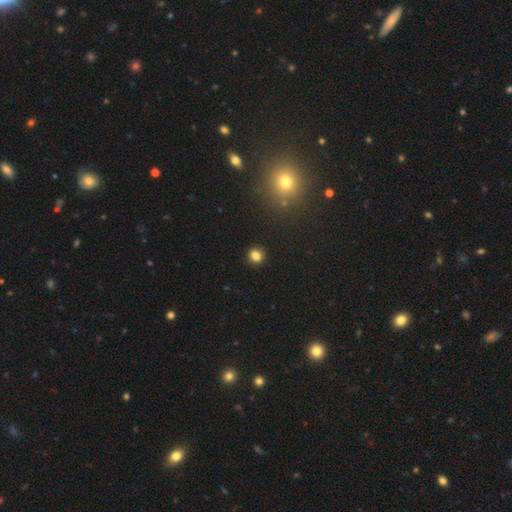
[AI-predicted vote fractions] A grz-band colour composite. It shows a smooth galaxy with no disk features (83%) that is round (88%). Merging: none (92%).